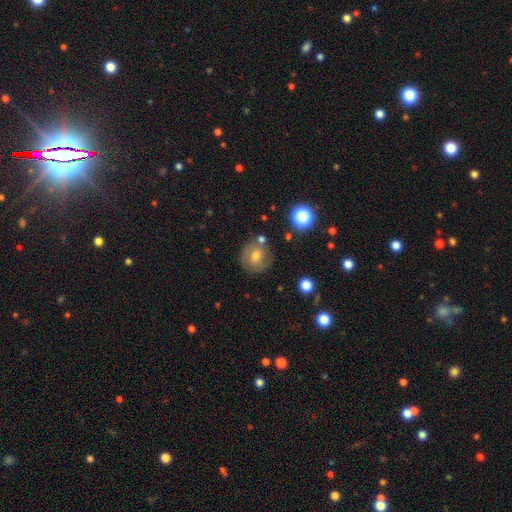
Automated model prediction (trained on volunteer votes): Smooth or featured?
  - smooth: 51% *
  - featured or disk: 35%
  - star or artifact: 14%
How rounded?
  - round: 84% *
  - in between: 15%
  - cigar-shaped: 1%
Merging?
  - none: 73% *
  - minor disturbance: 15%
  - merger: 7%
  - major disturbance: 5%